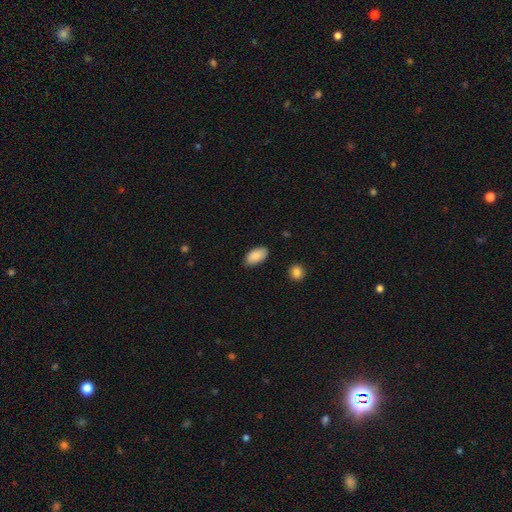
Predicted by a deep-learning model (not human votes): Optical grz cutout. It shows a smooth galaxy with no disk features (88%) that is in between round and cigar-shaped (95%). Merging: none (82%).